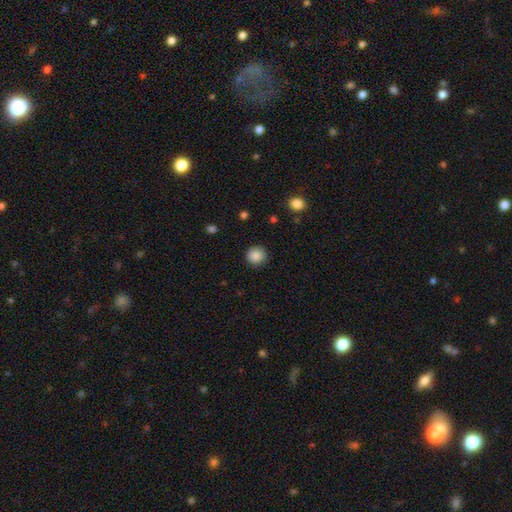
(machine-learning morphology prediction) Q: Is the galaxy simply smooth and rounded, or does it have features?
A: smooth — 88%.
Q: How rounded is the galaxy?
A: round — 91%.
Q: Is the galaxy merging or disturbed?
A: none — 90%.